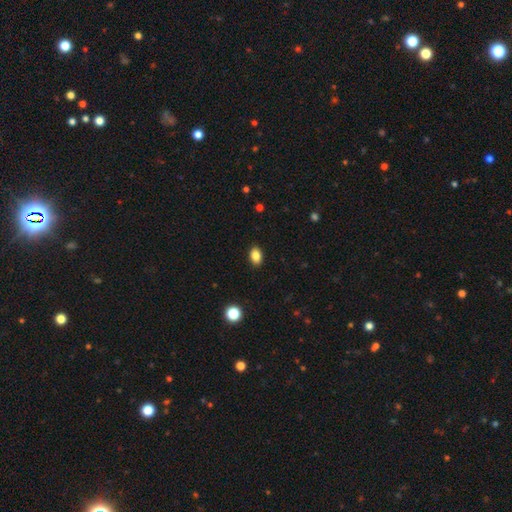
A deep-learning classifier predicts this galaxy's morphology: Smooth or featured? Predicted: smooth (p=0.85). How rounded? Predicted: in between (p=0.83). Merging? Predicted: none (p=0.90).